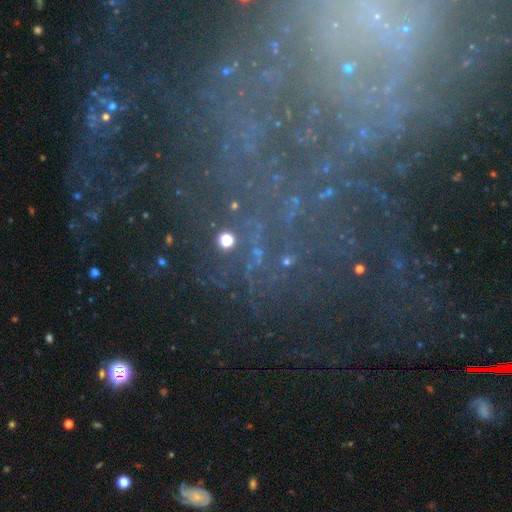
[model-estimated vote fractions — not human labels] A star or artifact, not a galaxy (64%).